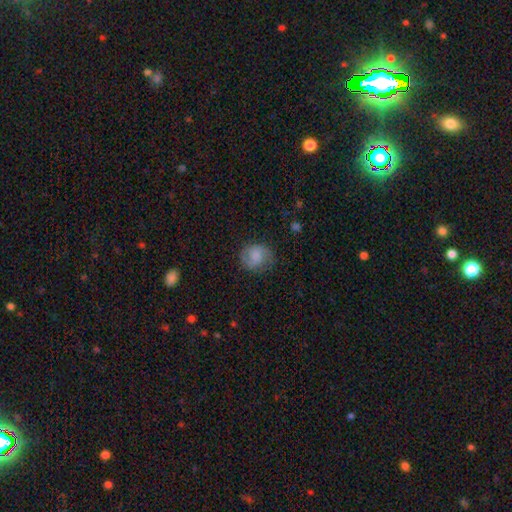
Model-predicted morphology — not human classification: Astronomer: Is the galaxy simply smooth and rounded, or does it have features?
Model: smooth — 59%.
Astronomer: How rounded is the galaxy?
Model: round — 74%.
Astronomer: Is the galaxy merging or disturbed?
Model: none — 69%.